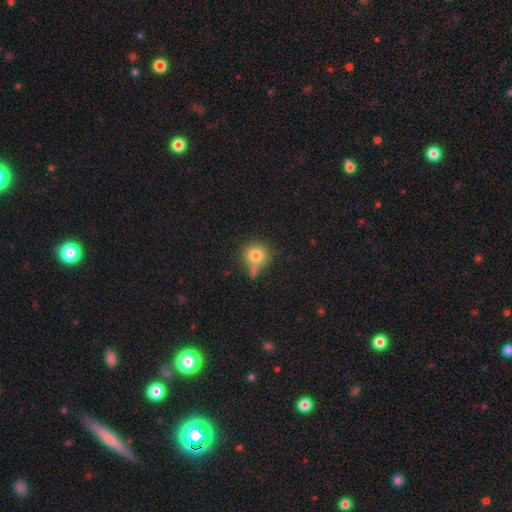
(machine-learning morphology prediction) Q: Smooth or featured?
A: smooth (79%); runner-up: featured or disk (11%)
Q: How rounded?
A: round (87%); runner-up: in between (12%)
Q: Merging?
A: none (54%); runner-up: merger (19%)